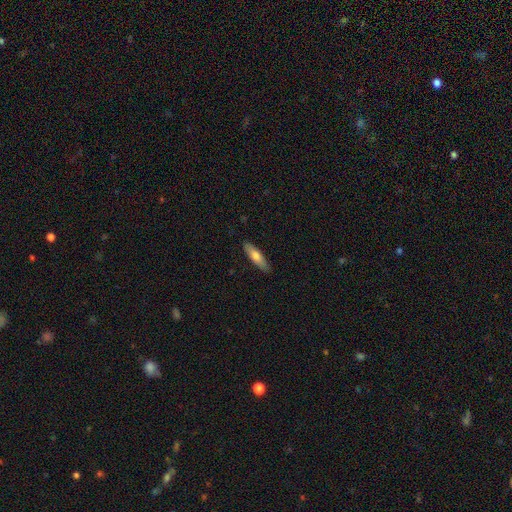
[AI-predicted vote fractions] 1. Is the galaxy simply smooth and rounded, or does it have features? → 69% smooth, 25% featured or disk, 6% star or artifact.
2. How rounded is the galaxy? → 61% cigar-shaped, 37% in between, 2% round.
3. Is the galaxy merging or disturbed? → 88% none, 9% minor disturbance, 2% major disturbance, 1% merger.